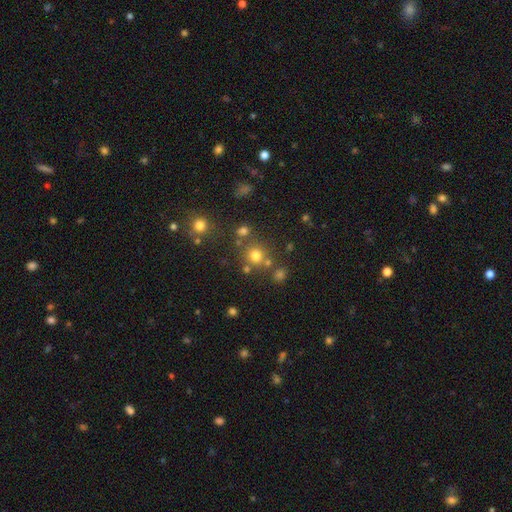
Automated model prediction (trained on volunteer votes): Smooth or featured?
  - smooth: 72% *
  - star or artifact: 20%
  - featured or disk: 8%
How rounded?
  - round: 89% *
  - in between: 10%
  - cigar-shaped: 1%
Merging?
  - none: 72% *
  - merger: 14%
  - minor disturbance: 9%
  - major disturbance: 5%